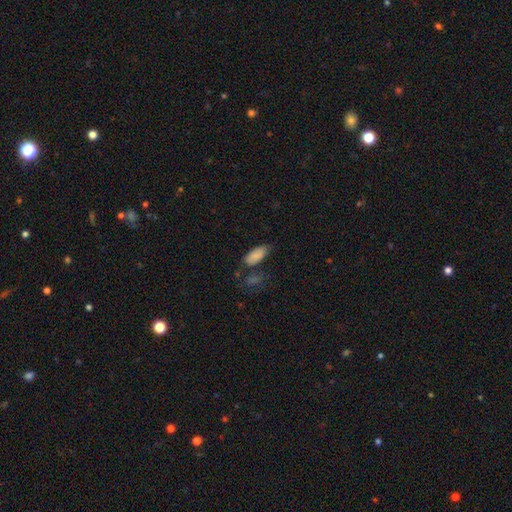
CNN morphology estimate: Smooth or featured?
  - smooth: 85% *
  - star or artifact: 7%
  - featured or disk: 7%
How rounded?
  - in between: 88% *
  - cigar-shaped: 10%
  - round: 2%
Merging?
  - none: 61% *
  - minor disturbance: 23%
  - merger: 10%
  - major disturbance: 6%